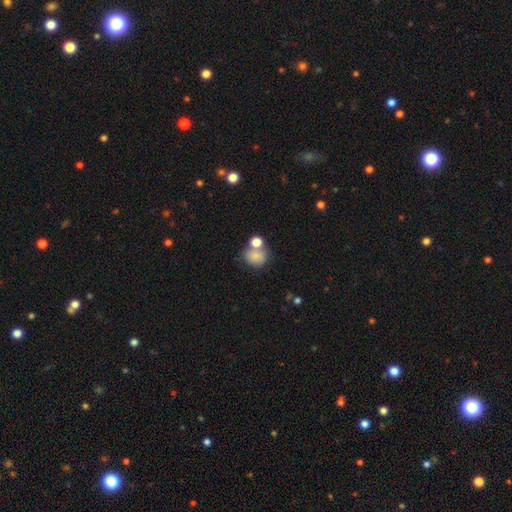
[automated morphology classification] Smooth or featured?
  - smooth: 78% *
  - featured or disk: 12%
  - star or artifact: 10%
How rounded?
  - round: 62% *
  - in between: 37%
  - cigar-shaped: 1%
Merging?
  - none: 41% *
  - merger: 38%
  - minor disturbance: 14%
  - major disturbance: 7%